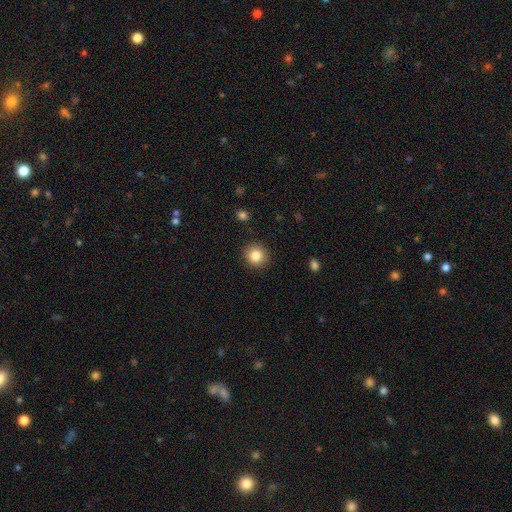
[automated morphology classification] The model was most divided on "smooth or featured": smooth: 83%, star or artifact: 10%, featured or disk: 7%. More confident: merging — none (91%); how rounded — round (89%).